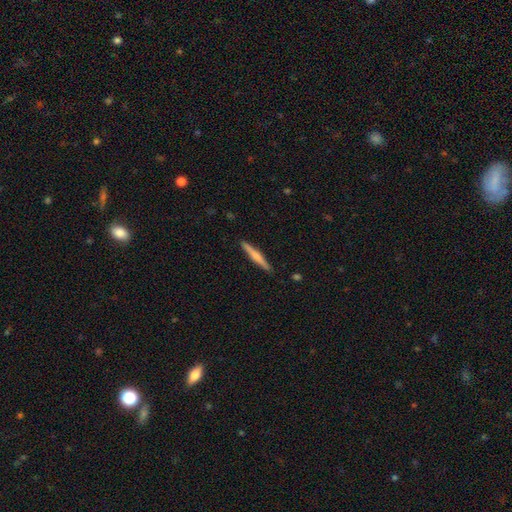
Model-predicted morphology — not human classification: Smooth or featured? featured or disk (48%)
Merging? none (90%)